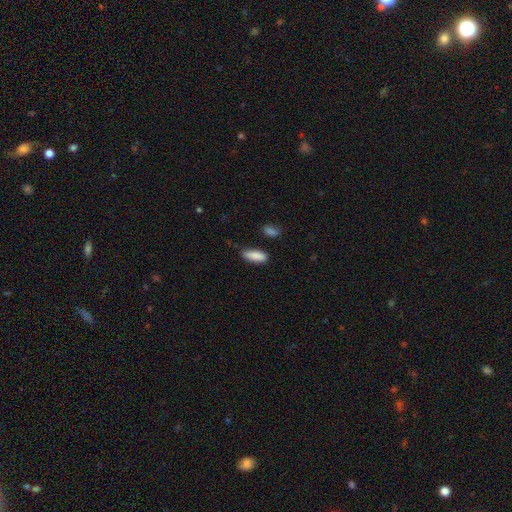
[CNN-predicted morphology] smooth 89%, star or artifact 7%, featured or disk 4%. Down the decision tree: how rounded — in between (65%); merging — none (76%).